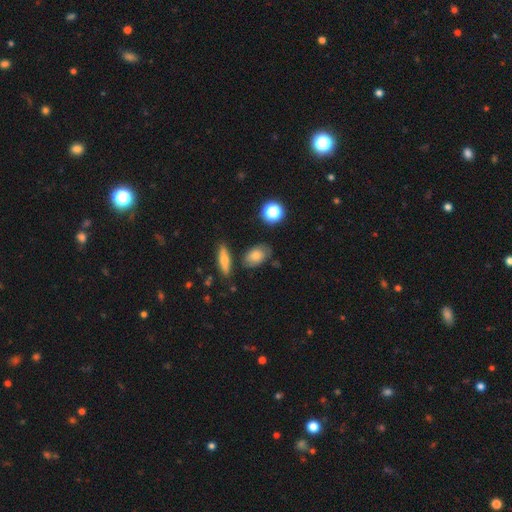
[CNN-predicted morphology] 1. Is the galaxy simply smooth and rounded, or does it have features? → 72% smooth, 17% featured or disk, 11% star or artifact.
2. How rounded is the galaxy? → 80% in between, 17% round, 3% cigar-shaped.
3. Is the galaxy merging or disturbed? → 68% none, 22% minor disturbance, 6% major disturbance, 5% merger.